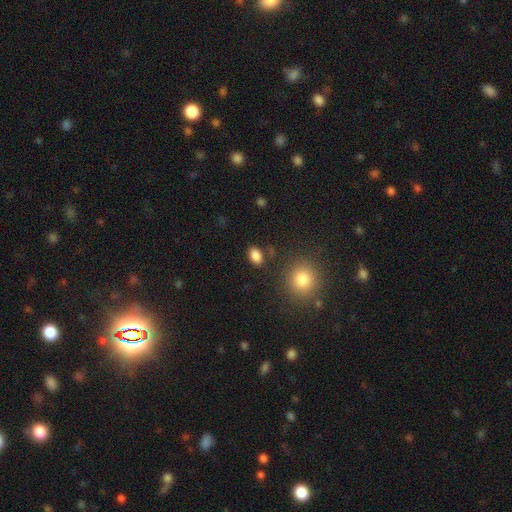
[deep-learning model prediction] A smooth galaxy with no disk features (86%) that is in between round and cigar-shaped (83%).

Vote fractions:
- Smooth or featured? smooth: 86% / star or artifact: 10% / featured or disk: 4%
- How rounded? in between: 83% / round: 16% / cigar-shaped: 2%
- Merging? none: 82% / minor disturbance: 10% / merger: 4% / major disturbance: 3%